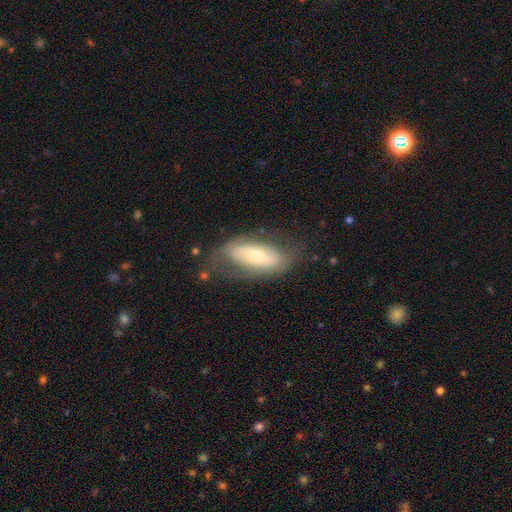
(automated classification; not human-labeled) featured or disk 53%, smooth 40%, star or artifact 7%. Down the decision tree: edge-on disk — no (83%); merging — none (61%).